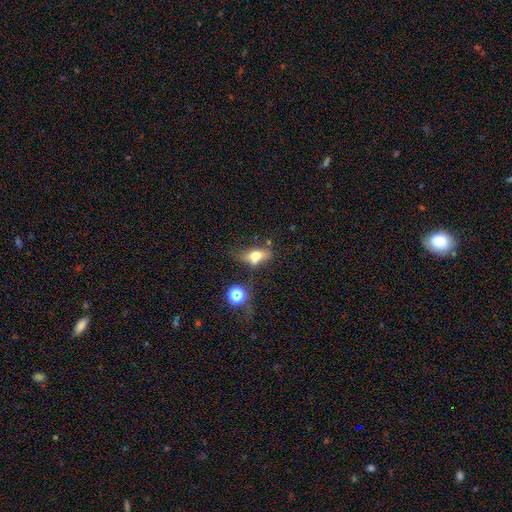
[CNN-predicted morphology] smooth_or_featured: smooth (p=0.59) [alt: featured or disk p=0.27]
how_rounded: in between (p=0.72) [alt: cigar-shaped p=0.14]
merging: none (p=0.48) [alt: minor disturbance p=0.25]